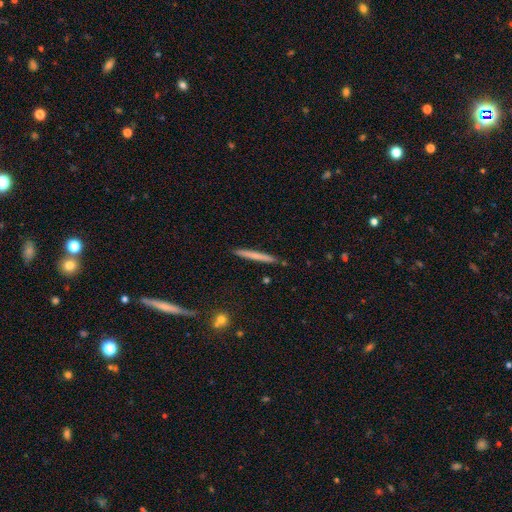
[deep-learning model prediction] smooth 63%, featured or disk 31%, star or artifact 6%. Down the decision tree: how rounded — cigar-shaped (97%); merging — none (91%).